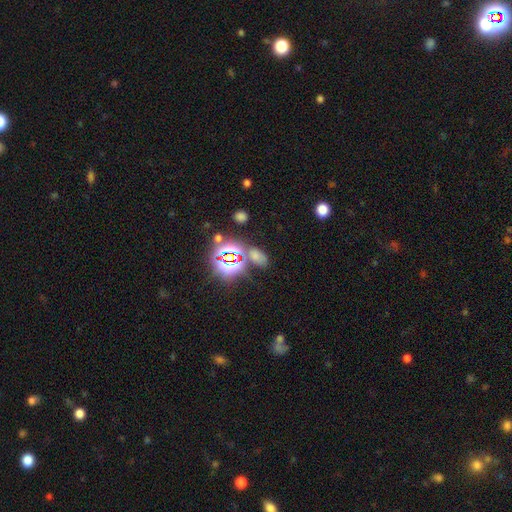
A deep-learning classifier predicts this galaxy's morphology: A star or artifact, not a galaxy (45%, tied with smooth).